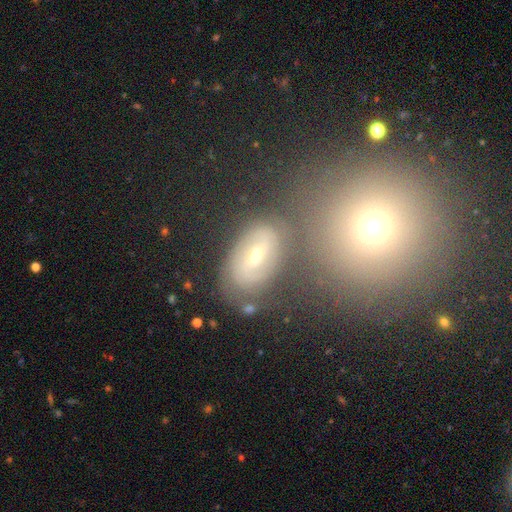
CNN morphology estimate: The model was most divided on "bar": weak: 49%, strong: 29%, no: 23%. More confident: edge-on disk — no (93%); spiral arms — yes (77%); merging — none (72%); smooth or featured — featured or disk (64%); bulge size — moderate (61%).